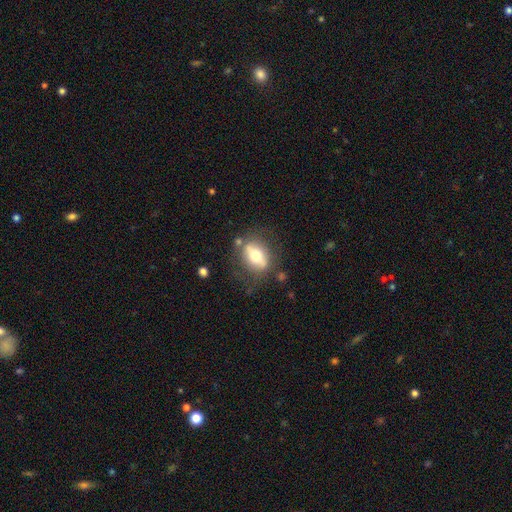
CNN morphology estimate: This appears to be a smooth galaxy with no disk features (52%) that is in between round and cigar-shaped (69%). Merging: none (70%).